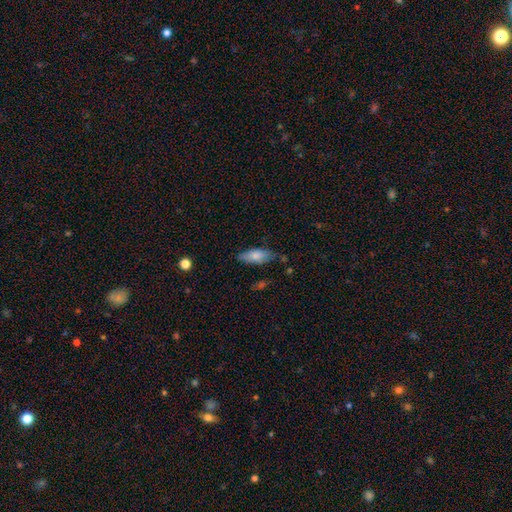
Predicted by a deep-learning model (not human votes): Smooth or featured?
  - smooth: 77% *
  - featured or disk: 17%
  - star or artifact: 6%
How rounded?
  - in between: 75% *
  - cigar-shaped: 23%
  - round: 2%
Merging?
  - none: 70% *
  - minor disturbance: 23%
  - major disturbance: 4%
  - merger: 3%